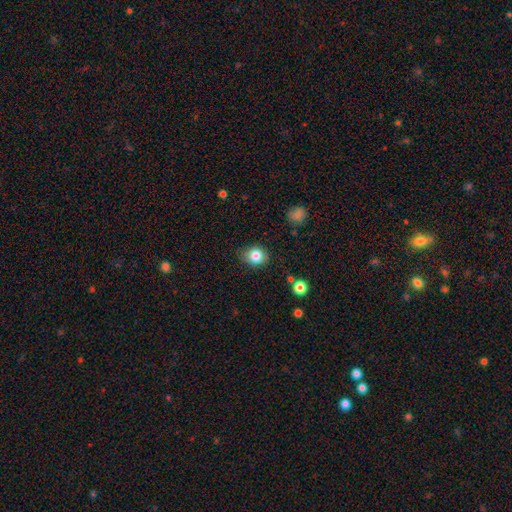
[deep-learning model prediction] A smooth galaxy with no disk features (82%) that is round (66%).

Vote fractions:
- Smooth or featured? smooth: 82% / star or artifact: 10% / featured or disk: 7%
- How rounded? round: 66% / in between: 33% / cigar-shaped: 1%
- Merging? none: 80% / minor disturbance: 16% / major disturbance: 3% / merger: 1%